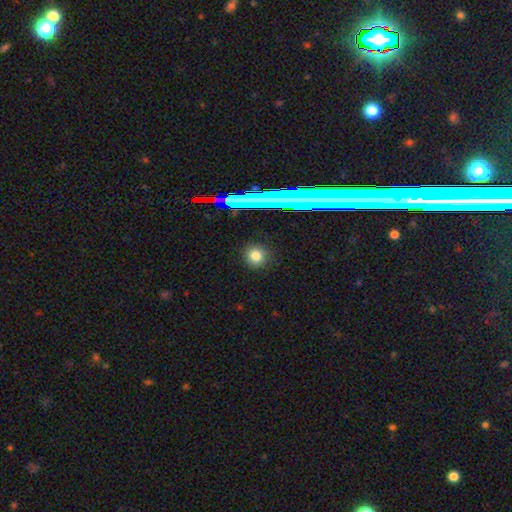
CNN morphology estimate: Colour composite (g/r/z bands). It shows a smooth galaxy with no disk features (77%) that is round (88%). Merging: none (90%).